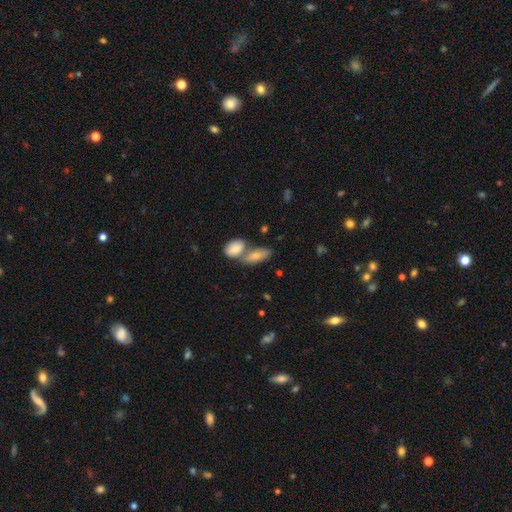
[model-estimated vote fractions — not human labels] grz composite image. It shows a smooth galaxy with no disk features (79%) that is in between round and cigar-shaped (80%). Merging: merger (49%).